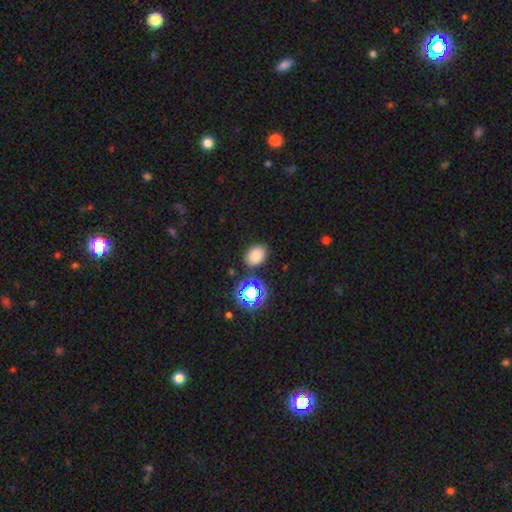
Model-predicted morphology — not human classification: smooth-or-featured: smooth: 74% | star or artifact: 18% | featured or disk: 7%
  how-rounded: in between: 66% | round: 33% | cigar-shaped: 1%
  merging: none: 83% | minor disturbance: 10% | merger: 4% | major disturbance: 3%